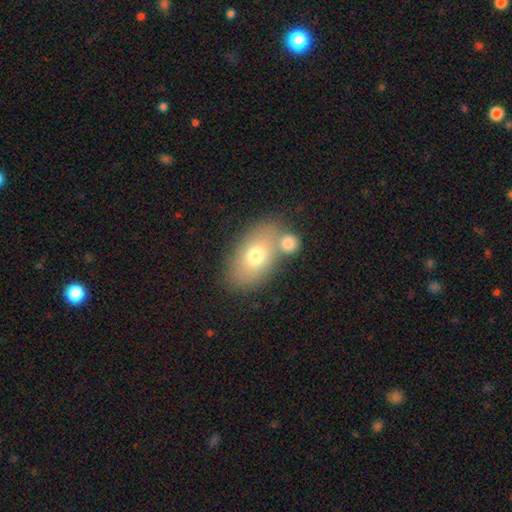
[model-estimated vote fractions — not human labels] smooth 70%, featured or disk 21%, star or artifact 8%. Down the decision tree: how rounded — in between (87%); merging — none (54%).